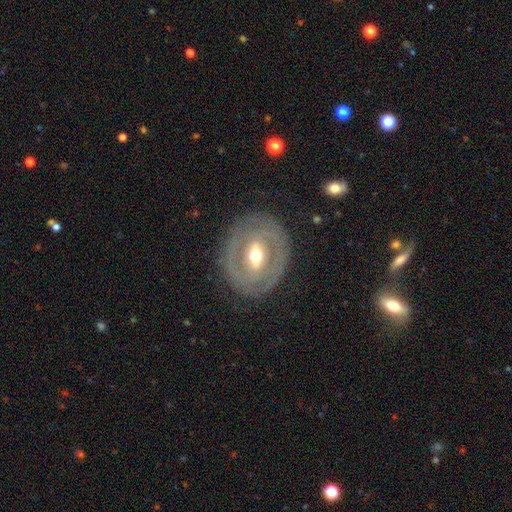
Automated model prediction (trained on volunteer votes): A featured or disk galaxy (74%) with a strong bar (40%), no spiral arms (52%) and a moderate central bulge (69%).

Vote fractions:
- Smooth or featured? featured or disk: 74% / smooth: 20% / star or artifact: 6%
- Edge-on disk? no: 93% / yes: 7%
- Bar? strong: 40% / weak: 39% / no: 21%
- Spiral arms? no: 52% / yes: 48%
- Bulge size? moderate: 69% / small: 21% / large: 7% / dominant: 1% / none: 1%
- Merging? none: 80% / minor disturbance: 13% / major disturbance: 6% / merger: 1%